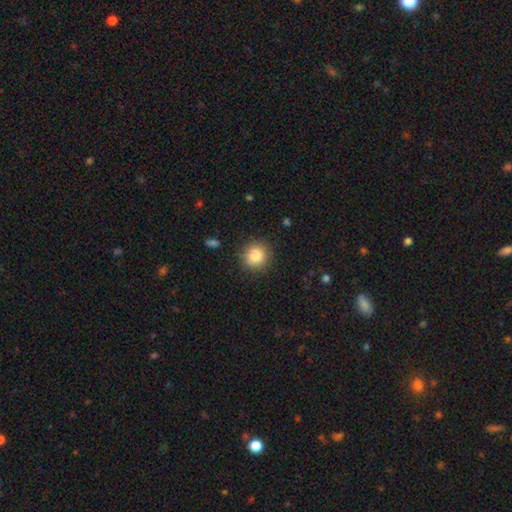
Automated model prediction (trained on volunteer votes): Q: Smooth or featured?
A: smooth (84%); runner-up: star or artifact (10%)
Q: How rounded?
A: round (91%); runner-up: in between (8%)
Q: Merging?
A: none (88%); runner-up: minor disturbance (8%)